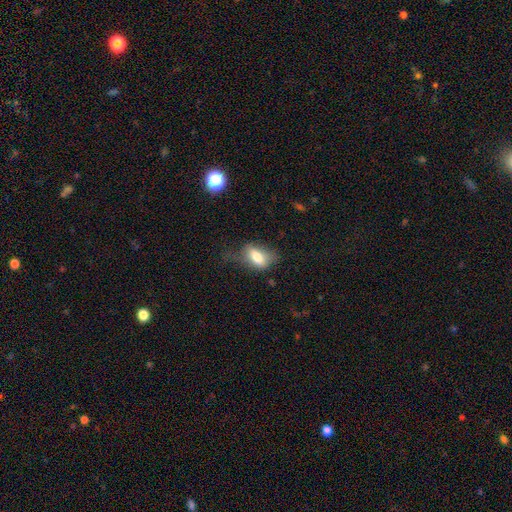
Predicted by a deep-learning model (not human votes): Smooth or featured?
  - smooth: 71% *
  - featured or disk: 19%
  - star or artifact: 9%
How rounded?
  - in between: 85% *
  - round: 9%
  - cigar-shaped: 6%
Merging?
  - none: 46% *
  - minor disturbance: 31%
  - major disturbance: 20%
  - merger: 3%